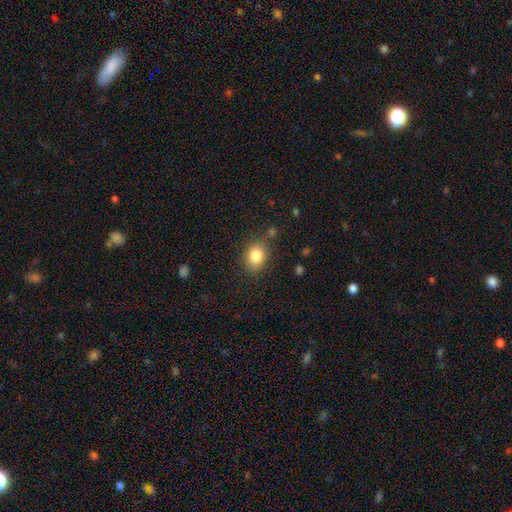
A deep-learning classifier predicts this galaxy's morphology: This appears to be a smooth galaxy with no disk features (84%) that is in between round and cigar-shaped (55%). Merging: none (81%).